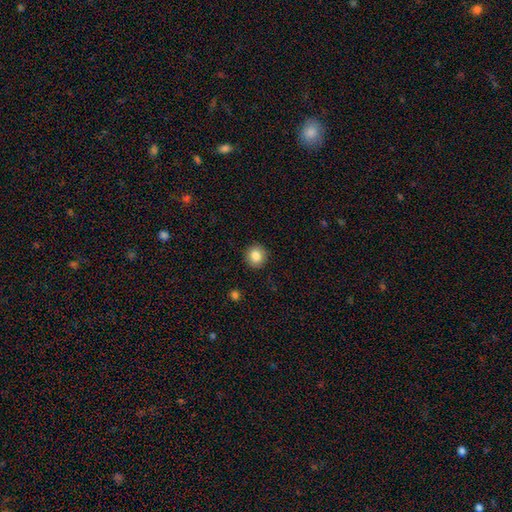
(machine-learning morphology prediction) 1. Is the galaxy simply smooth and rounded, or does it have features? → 84% smooth, 9% star or artifact, 7% featured or disk.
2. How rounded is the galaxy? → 92% round, 7% in between, 1% cigar-shaped.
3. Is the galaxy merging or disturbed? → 92% none, 5% minor disturbance, 2% major disturbance, 1% merger.